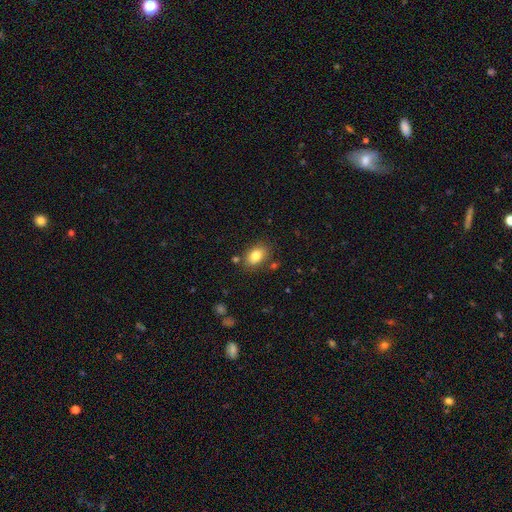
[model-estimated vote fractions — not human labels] This appears to be a smooth galaxy with no disk features (82%) that is in between round and cigar-shaped (82%). Merging: none (79%).